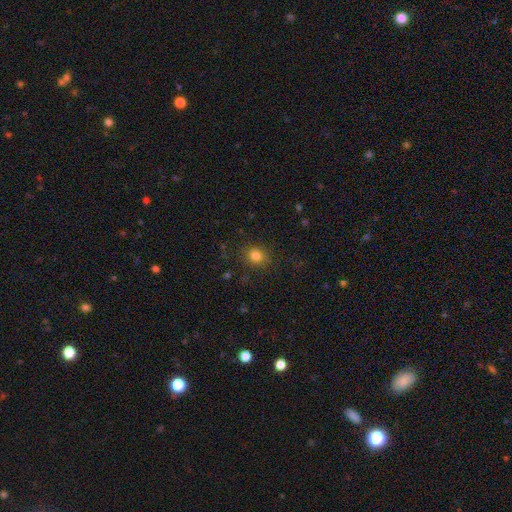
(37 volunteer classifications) smooth_or_featured: smooth (p=0.86) [alt: featured or disk p=0.08]
how_rounded: round (p=0.66) [alt: in between p=0.34]
merging: none (p=0.91) [alt: merger p=0.06]